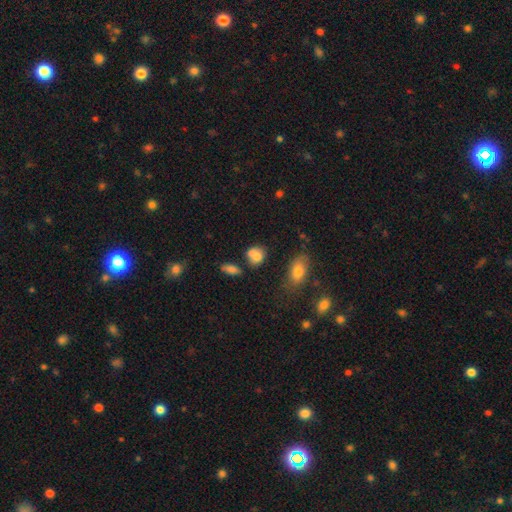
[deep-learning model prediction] This is likely a smooth galaxy (77%). How rounded: likely round (62%). Merging: possibly none (52%).